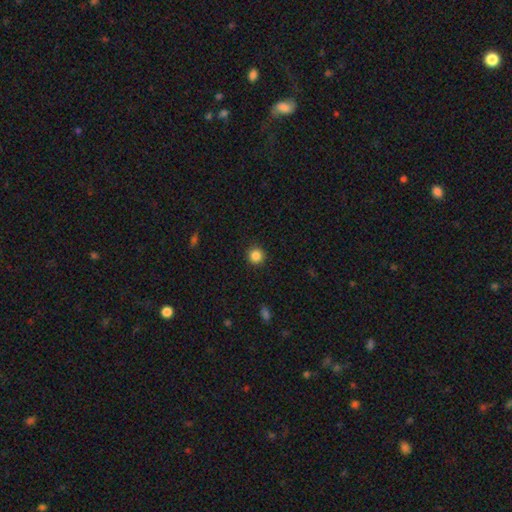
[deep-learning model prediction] Smooth or featured? Predicted: smooth (p=0.86). How rounded? Predicted: round (p=0.95). Merging? Predicted: none (p=0.92).